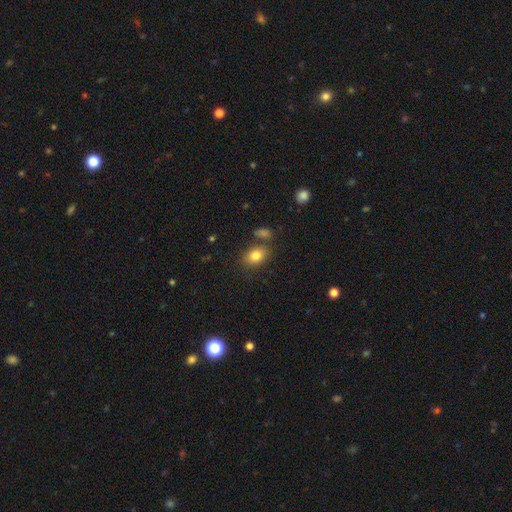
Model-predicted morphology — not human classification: type=smooth (82%); roundness=in between (73%); merging=none (74%).